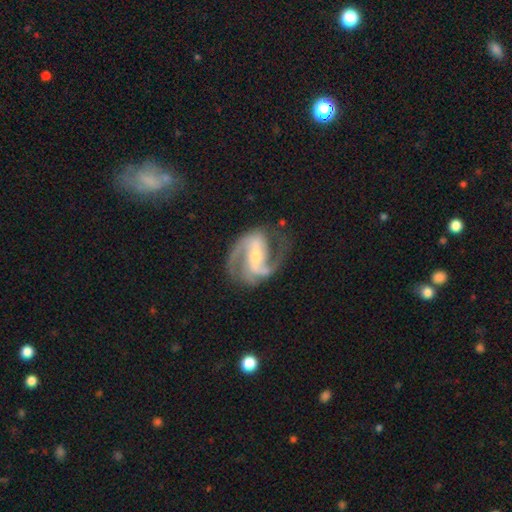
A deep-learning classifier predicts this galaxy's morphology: A featured or disk galaxy (91%) with a strong bar (51%), 2 (79%) medium (57%) spiral arms (98%) and a small central bulge (52%).

Vote fractions:
- Smooth or featured? featured or disk: 91% / star or artifact: 5% / smooth: 4%
- Edge-on disk? no: 97% / yes: 3%
- Bar? strong: 51% / weak: 31% / no: 18%
- Spiral arms? yes: 98% / no: 2%
- Spiral winding? medium: 57% / tight: 23% / loose: 20%
- Spiral arm count? 2: 79% / 3: 12% / can't tell: 4% / 1: 2% / 4: 2% / more than 4: 2%
- Bulge size? small: 52% / moderate: 44% / large: 2% / none: 1% / dominant: 1%
- Merging? none: 70% / minor disturbance: 17% / major disturbance: 11% / merger: 2%